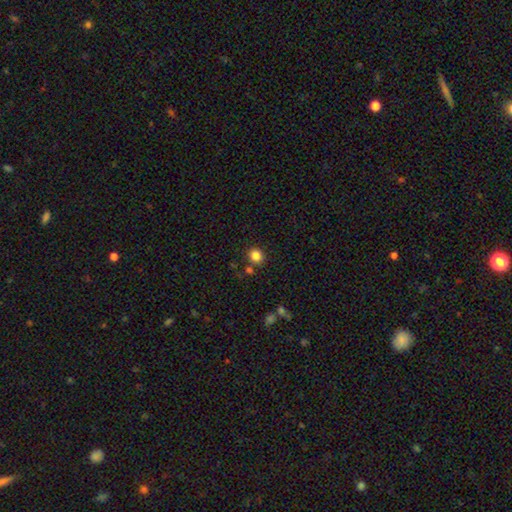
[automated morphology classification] smooth-or-featured: smooth: 84% | star or artifact: 11% | featured or disk: 5%
  how-rounded: round: 76% | in between: 23% | cigar-shaped: 1%
  merging: none: 81% | minor disturbance: 9% | merger: 7% | major disturbance: 3%